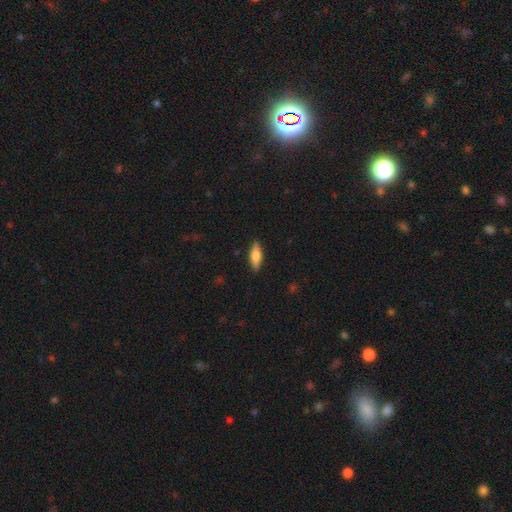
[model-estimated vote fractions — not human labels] Smooth or featured? smooth (61%)
How rounded? in between (56%)
Merging? none (88%)